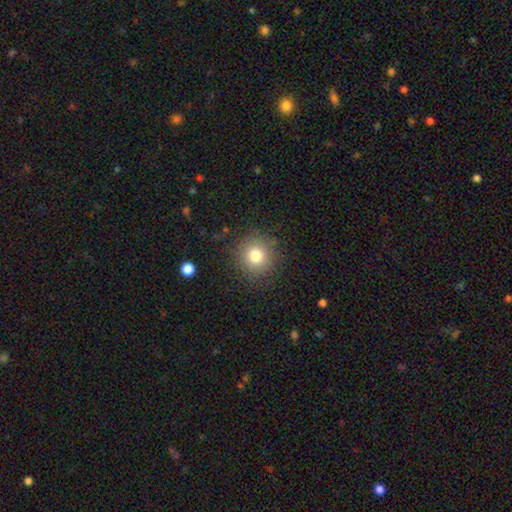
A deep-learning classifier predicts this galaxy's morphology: Smooth or featured?
  - smooth: 79% *
  - star or artifact: 12%
  - featured or disk: 9%
How rounded?
  - round: 93% *
  - in between: 6%
  - cigar-shaped: 1%
Merging?
  - none: 87% *
  - minor disturbance: 8%
  - major disturbance: 4%
  - merger: 1%